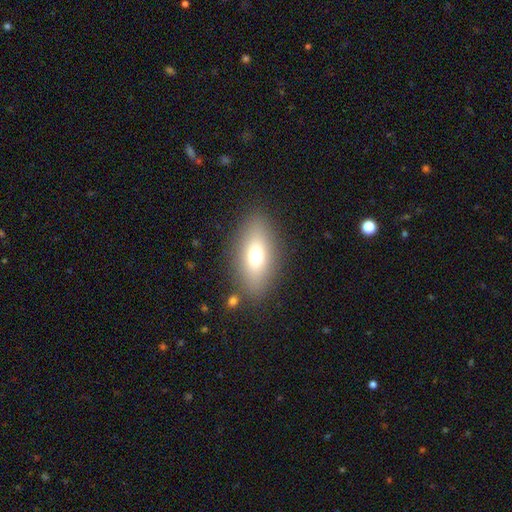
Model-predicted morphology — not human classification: smooth 67%, featured or disk 21%, star or artifact 13%. Down the decision tree: how rounded — in between (79%); merging — none (83%).